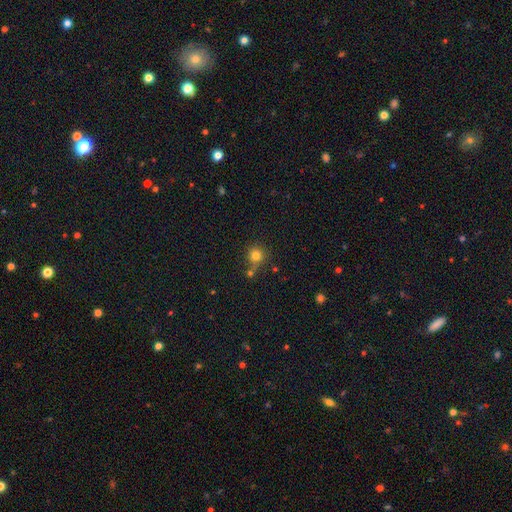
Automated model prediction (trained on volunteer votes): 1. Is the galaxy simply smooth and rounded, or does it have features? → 79% smooth, 13% star or artifact, 7% featured or disk.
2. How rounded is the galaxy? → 92% round, 8% in between, 1% cigar-shaped.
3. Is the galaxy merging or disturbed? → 64% none, 18% merger, 13% minor disturbance, 5% major disturbance.